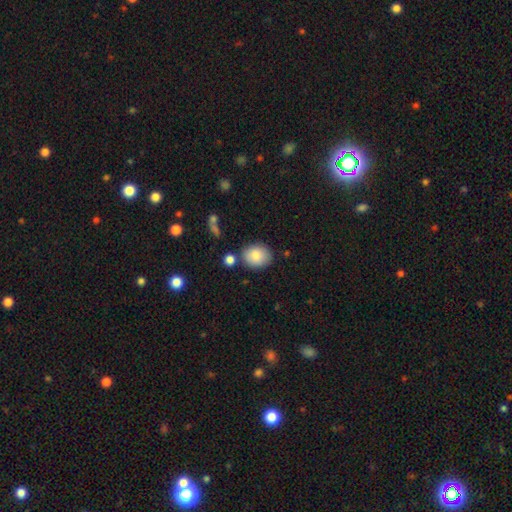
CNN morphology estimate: Smooth or featured? smooth (84%)
How rounded? in between (53%)
Merging? none (77%)